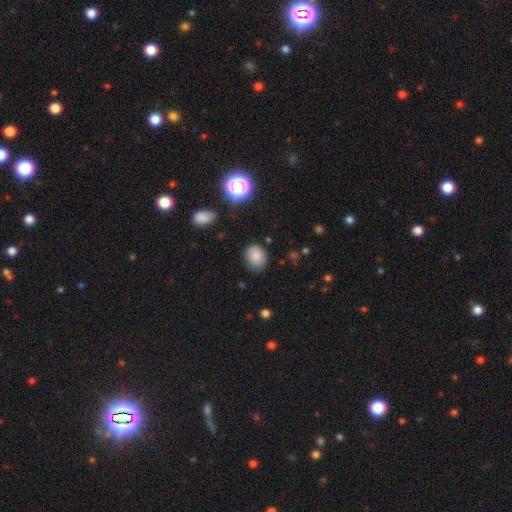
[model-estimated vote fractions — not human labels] Overall: smooth (82%). How rounded: round (56%; in between 43%). Merging: none (82%).